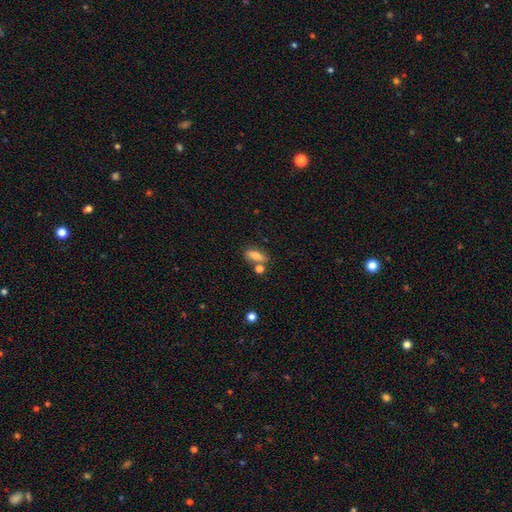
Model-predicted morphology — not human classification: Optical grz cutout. It shows a smooth galaxy with no disk features (76%) that is in between round and cigar-shaped (69%). Merging: none (62%).